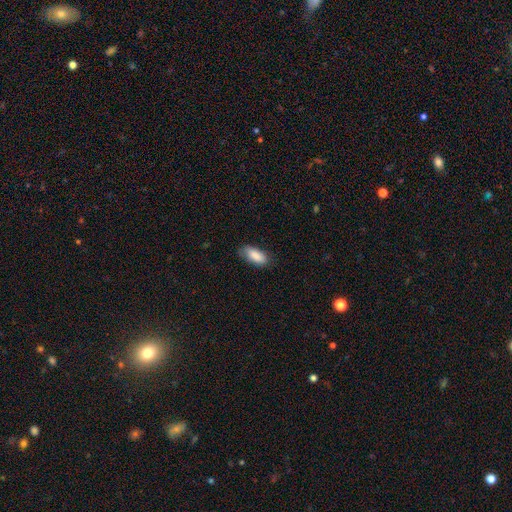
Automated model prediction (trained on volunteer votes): smooth-or-featured: smooth: 88% | star or artifact: 6% | featured or disk: 6%
  how-rounded: in between: 83% | cigar-shaped: 15% | round: 2%
  merging: none: 74% | minor disturbance: 21% | major disturbance: 4% | merger: 1%